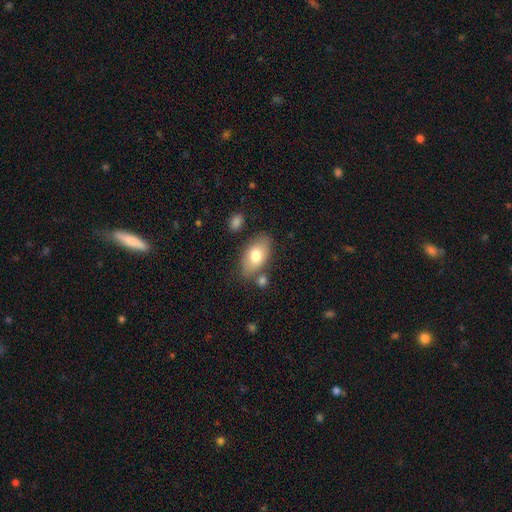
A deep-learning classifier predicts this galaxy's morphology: Smooth or featured: smooth — 74% (featured or disk — 20%)
How rounded: in between — 91% (round — 6%)
Merging: none — 72% (minor disturbance — 15%)